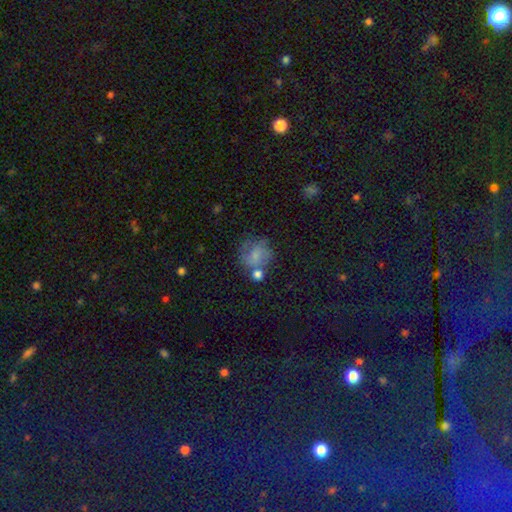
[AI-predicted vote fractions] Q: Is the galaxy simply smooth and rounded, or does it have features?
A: smooth — 59%.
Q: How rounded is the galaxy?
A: round — 77%.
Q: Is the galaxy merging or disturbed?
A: none — 47%.